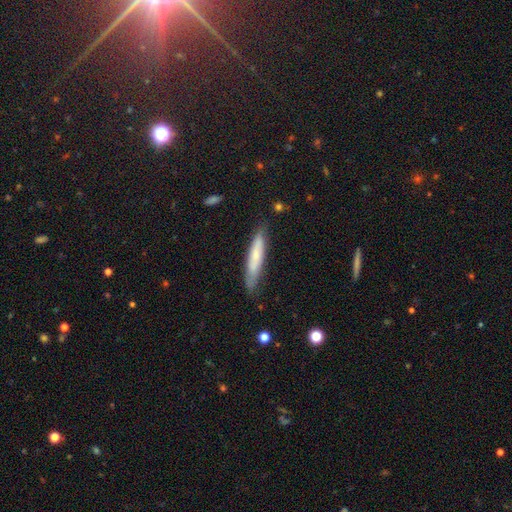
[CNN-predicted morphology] Smooth or featured?
  - smooth: 61% *
  - featured or disk: 33%
  - star or artifact: 6%
How rounded?
  - cigar-shaped: 90% *
  - in between: 9%
  - round: 1%
Merging?
  - none: 80% *
  - minor disturbance: 15%
  - major disturbance: 3%
  - merger: 2%